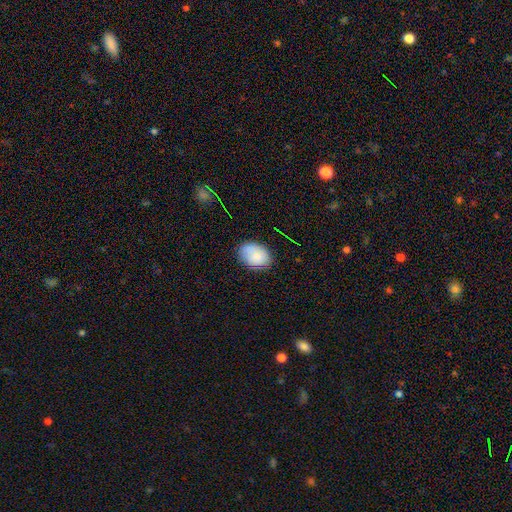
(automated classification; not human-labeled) This is likely a smooth galaxy (76%). How rounded: likely in between (77%). Merging: likely none (75%).